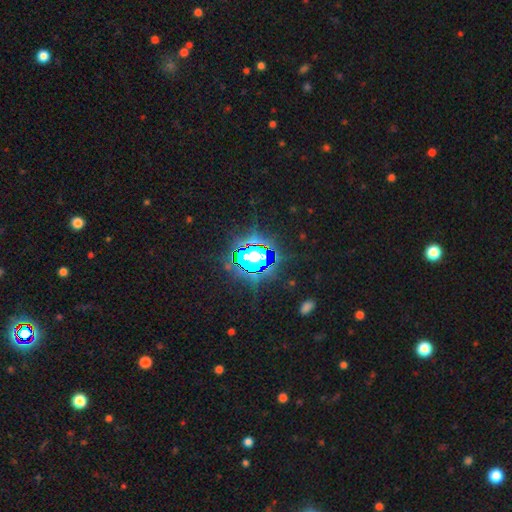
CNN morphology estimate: Overall: star or artifact (79%).